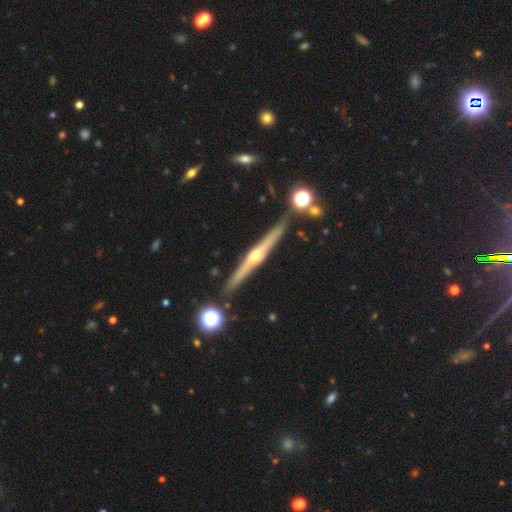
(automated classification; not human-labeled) The model was most divided on "smooth or featured": featured or disk: 80%, smooth: 13%, star or artifact: 6%. More confident: edge-on disk — yes (98%); edge-on bulge — rounded (90%); merging — none (88%).